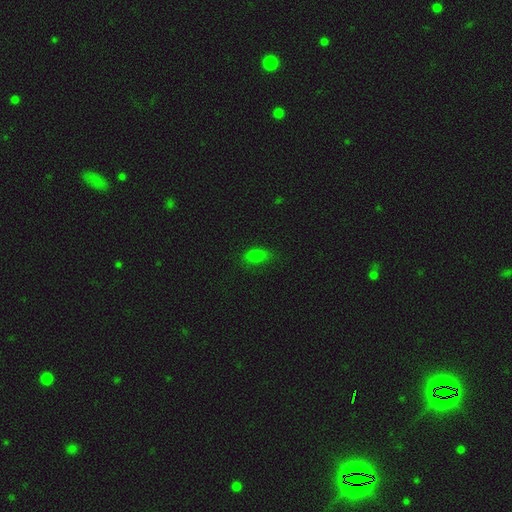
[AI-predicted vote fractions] Smooth or featured: smooth — 79% (star or artifact — 14%)
How rounded: in between — 85% (round — 10%)
Merging: none — 73% (minor disturbance — 21%)